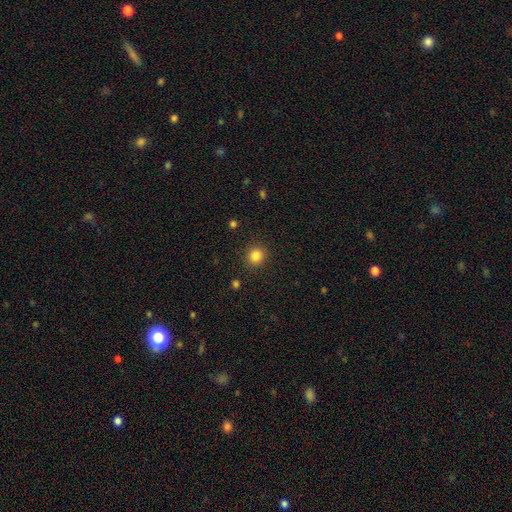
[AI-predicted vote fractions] Q: Smooth or featured?
A: smooth (84%); runner-up: star or artifact (12%)
Q: How rounded?
A: round (91%); runner-up: in between (8%)
Q: Merging?
A: none (91%); runner-up: minor disturbance (6%)